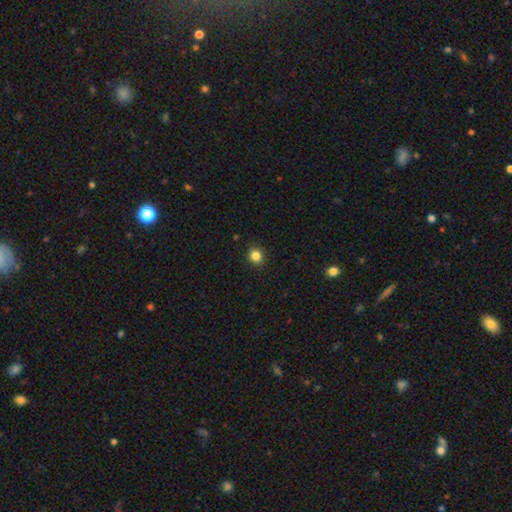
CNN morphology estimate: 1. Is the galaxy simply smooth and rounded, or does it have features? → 84% smooth, 12% star or artifact, 4% featured or disk.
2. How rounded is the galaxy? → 86% round, 13% in between, 1% cigar-shaped.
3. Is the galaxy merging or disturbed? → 91% none, 6% minor disturbance, 2% major disturbance, 1% merger.